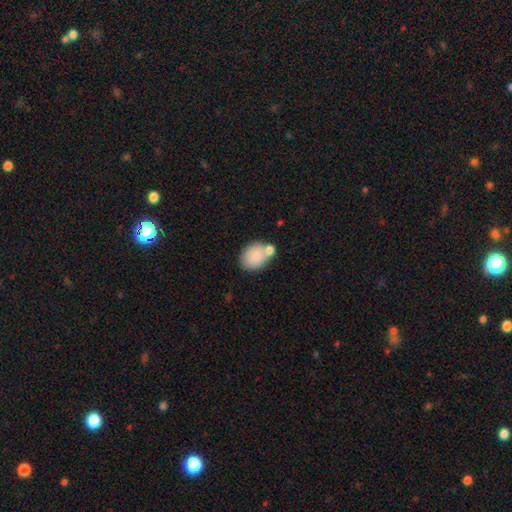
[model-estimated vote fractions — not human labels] Overall: smooth (83%). How rounded: in between (65%; round 34%). Merging: none (55%; merger 26%).